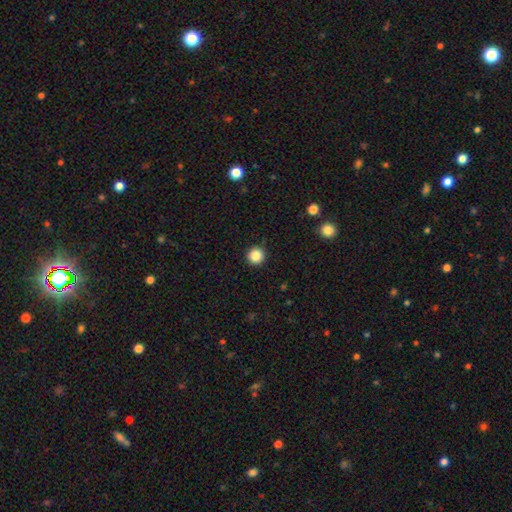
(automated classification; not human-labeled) The model was most divided on "smooth or featured": smooth: 86%, star or artifact: 10%, featured or disk: 3%. More confident: how rounded — round (96%); merging — none (93%).